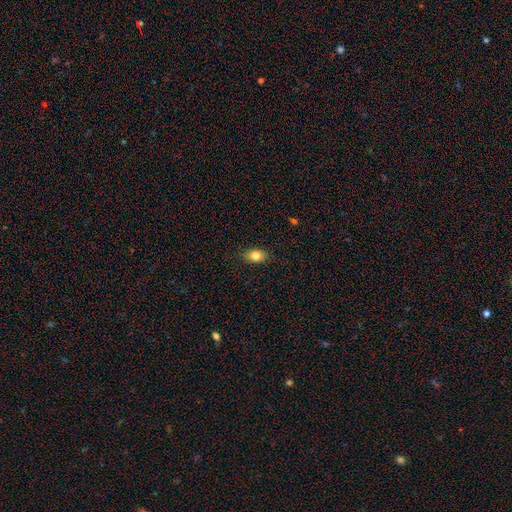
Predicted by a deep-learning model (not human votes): Q: Smooth or featured?
A: smooth (82%); runner-up: featured or disk (9%)
Q: How rounded?
A: in between (83%); runner-up: round (15%)
Q: Merging?
A: none (86%); runner-up: minor disturbance (10%)